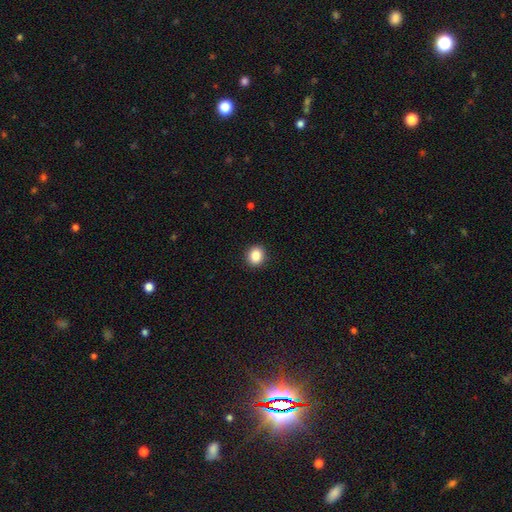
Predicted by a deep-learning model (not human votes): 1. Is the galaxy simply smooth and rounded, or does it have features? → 87% smooth, 10% star or artifact, 4% featured or disk.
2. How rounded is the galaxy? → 78% round, 21% in between, 1% cigar-shaped.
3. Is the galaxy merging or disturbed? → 92% none, 6% minor disturbance, 2% major disturbance, 1% merger.